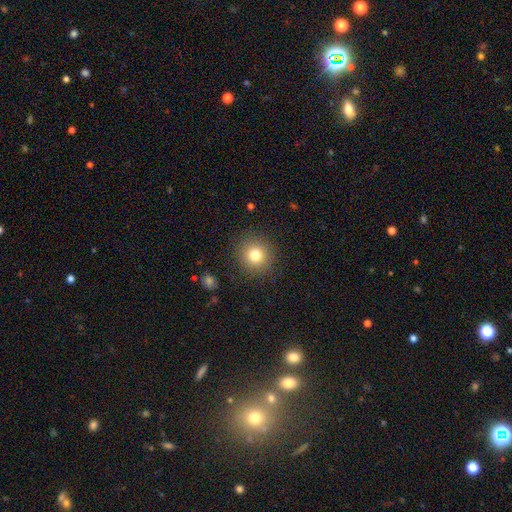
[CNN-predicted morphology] A smooth galaxy with no disk features (76%) that is round (94%). Merging: none (92%).